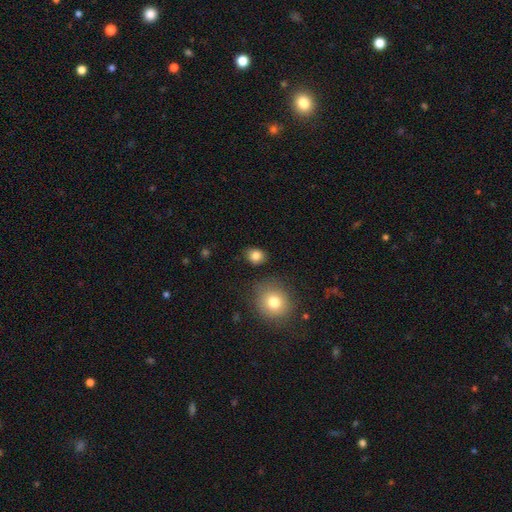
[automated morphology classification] Q: Smooth or featured?
A: smooth (83%); runner-up: star or artifact (10%)
Q: How rounded?
A: round (52%); runner-up: in between (46%)
Q: Merging?
A: none (84%); runner-up: minor disturbance (10%)